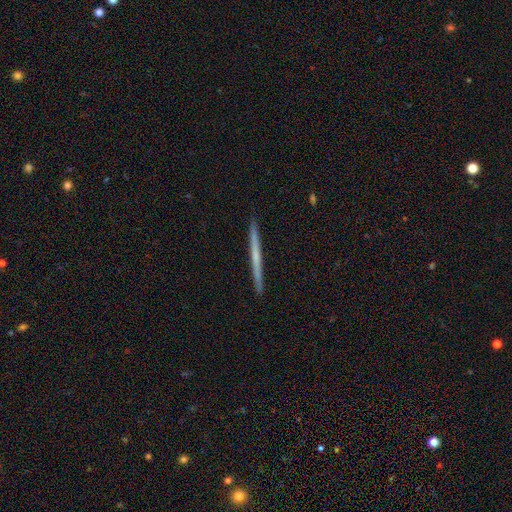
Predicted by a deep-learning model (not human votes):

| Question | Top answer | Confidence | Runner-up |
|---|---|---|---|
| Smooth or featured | featured or disk | 52% | smooth (43%) |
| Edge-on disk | yes | 98% | no (2%) |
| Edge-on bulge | none | 88% | rounded (9%) |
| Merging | none | 93% | minor disturbance (5%) |